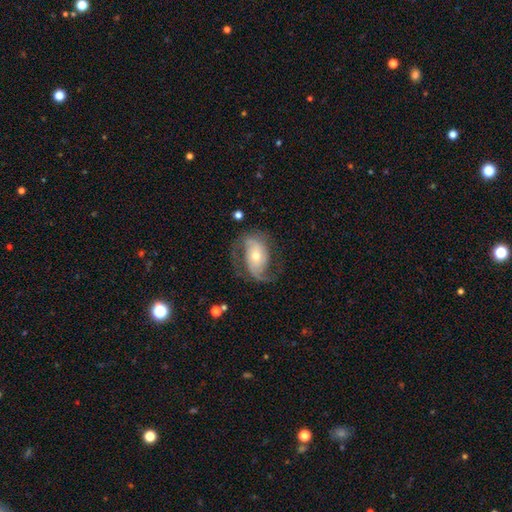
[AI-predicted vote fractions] smooth_or_featured: featured or disk (p=0.82) [alt: smooth p=0.13]
disk_edge_on: no (p=0.96) [alt: yes p=0.04]
bar: no (p=0.57) [alt: weak p=0.30]
has_spiral_arms: yes (p=0.94) [alt: no p=0.06]
spiral_winding: medium (p=0.46) [alt: loose p=0.35]
spiral_arm_count: 2 (p=0.81) [alt: 1 p=0.06]
bulge_size: moderate (p=0.53) [alt: small p=0.40]
merging: none (p=0.64) [alt: minor disturbance p=0.18]